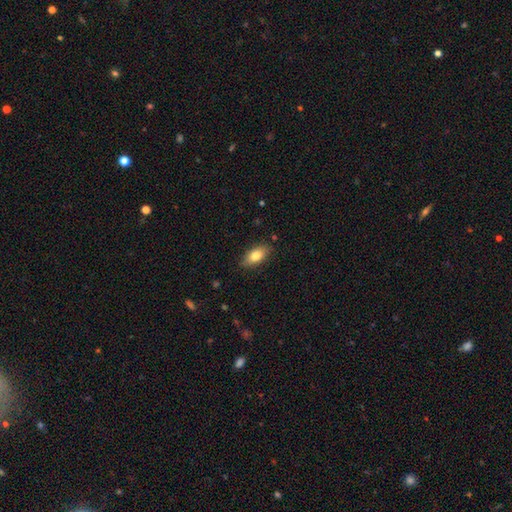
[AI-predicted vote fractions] smooth 79%, featured or disk 14%, star or artifact 7%. Down the decision tree: how rounded — in between (88%); merging — none (85%).